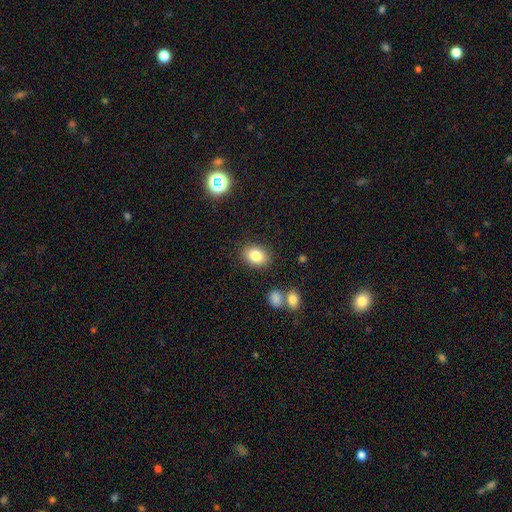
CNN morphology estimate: Overall: smooth (83%). How rounded: in between (70%). Merging: none (85%).